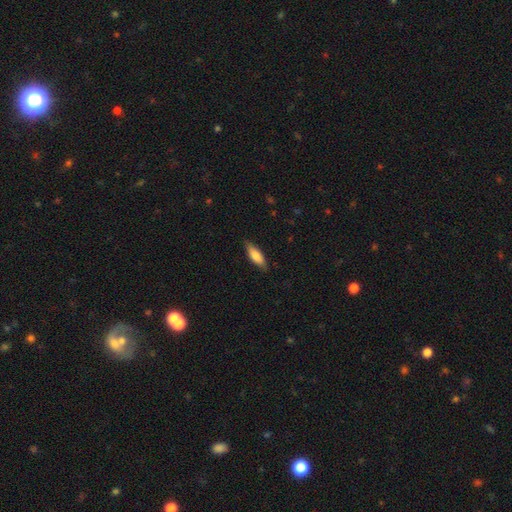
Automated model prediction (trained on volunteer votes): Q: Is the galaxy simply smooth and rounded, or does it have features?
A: smooth — 75%.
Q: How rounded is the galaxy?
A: in between — 56%.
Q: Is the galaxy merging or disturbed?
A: none — 83%.